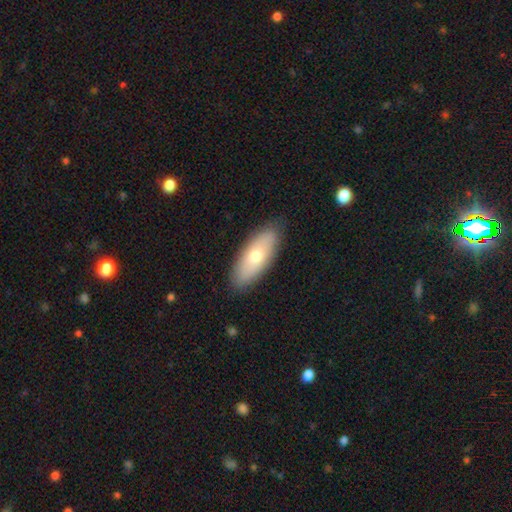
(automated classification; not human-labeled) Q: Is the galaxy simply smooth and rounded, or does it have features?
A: smooth — 66%.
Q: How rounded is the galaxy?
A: in between — 76%.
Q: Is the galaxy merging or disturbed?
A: none — 87%.